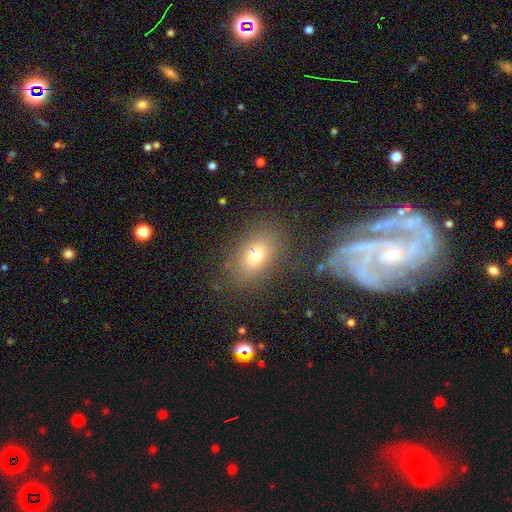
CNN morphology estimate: smooth_or_featured: smooth (p=0.71) [alt: featured or disk p=0.15]
how_rounded: in between (p=0.80) [alt: round p=0.18]
merging: none (p=0.79) [alt: minor disturbance p=0.11]